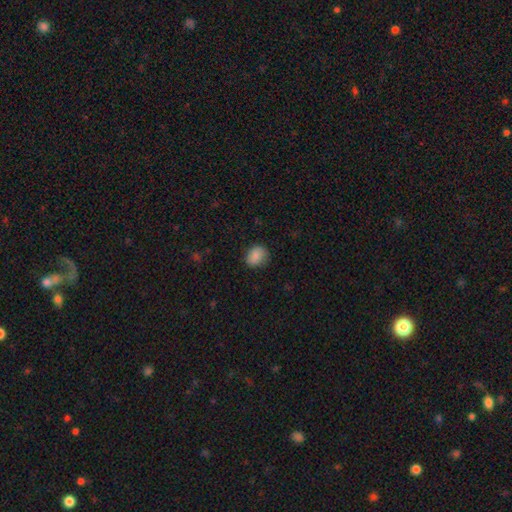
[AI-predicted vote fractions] Overall: smooth (86%). How rounded: round (53%; in between 46%). Merging: none (79%).